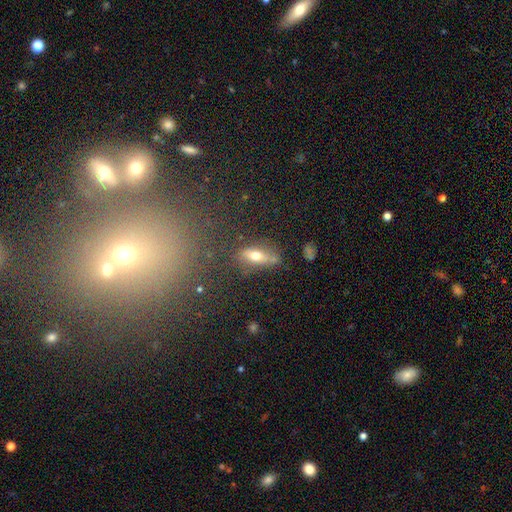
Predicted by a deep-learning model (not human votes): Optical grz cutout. It shows a smooth galaxy with no disk features (65%) that is in between round and cigar-shaped (68%). Merging: none (66%).